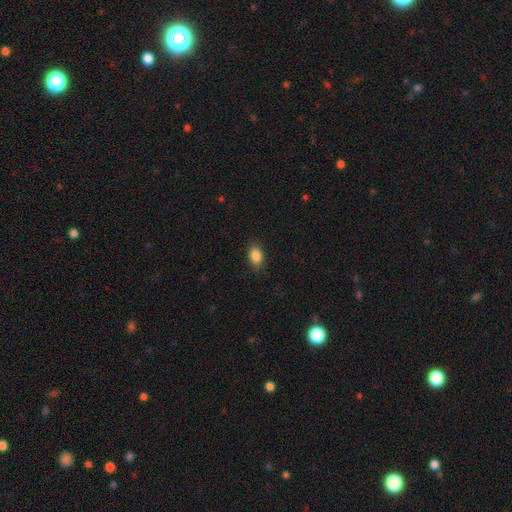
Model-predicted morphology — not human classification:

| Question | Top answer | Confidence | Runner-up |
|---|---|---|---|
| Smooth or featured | smooth | 87% | star or artifact (9%) |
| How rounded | in between | 79% | round (20%) |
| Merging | none | 86% | minor disturbance (10%) |